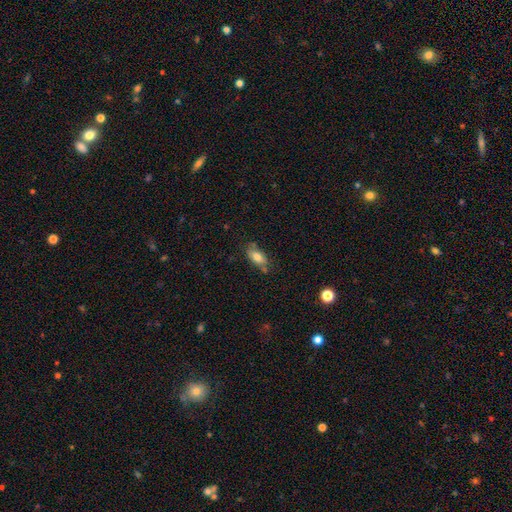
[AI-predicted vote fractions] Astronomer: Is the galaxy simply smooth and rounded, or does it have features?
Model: smooth — 74%.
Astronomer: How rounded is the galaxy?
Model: in between — 84%.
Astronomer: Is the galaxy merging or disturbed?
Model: none — 65%.